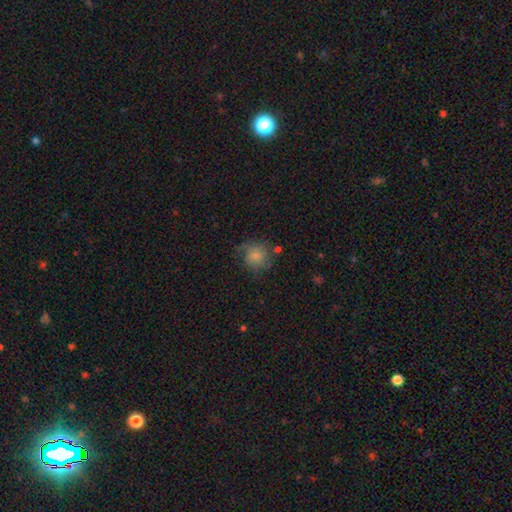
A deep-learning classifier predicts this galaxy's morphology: type=smooth (68%); roundness=round (84%); merging=none (55%).